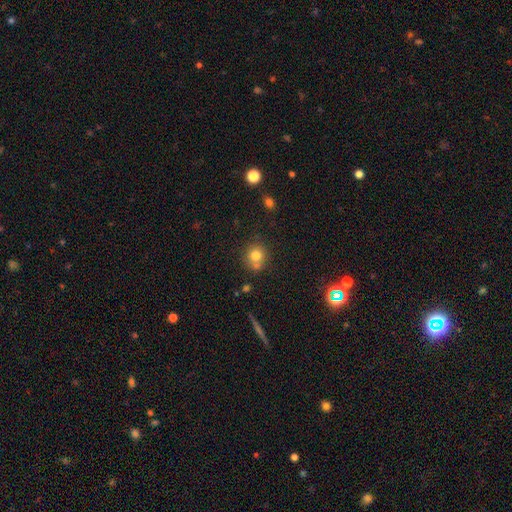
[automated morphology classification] type=smooth (77%); roundness=round (86%); merging=none (61%).